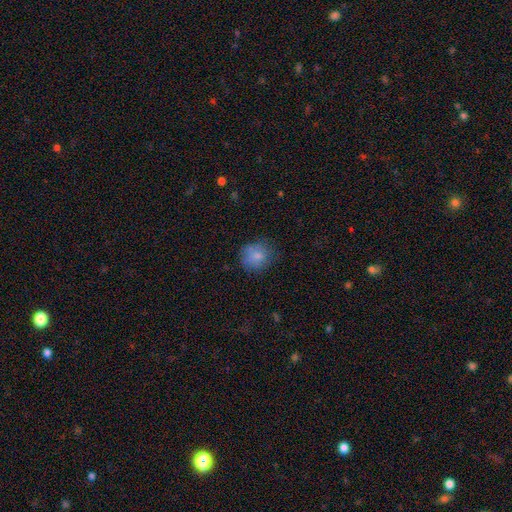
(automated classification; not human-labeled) A smooth galaxy with no disk features (77%) that is round (81%). Merging: none (71%).